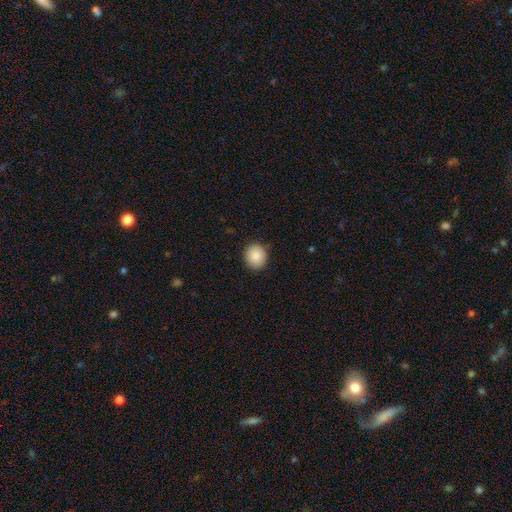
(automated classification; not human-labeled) This is clearly a smooth galaxy (88%). How rounded: likely round (79%). Merging: clearly none (88%).